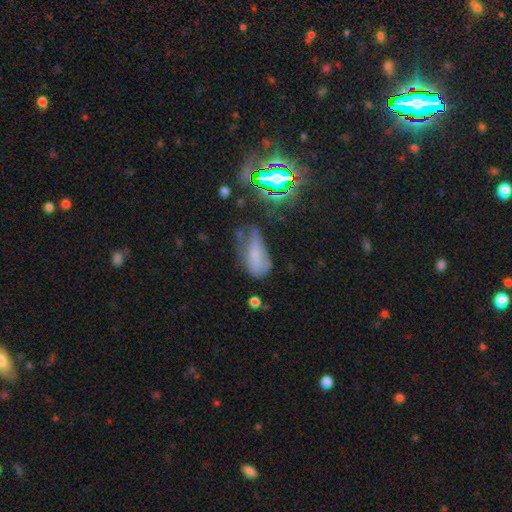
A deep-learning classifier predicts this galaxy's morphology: Smooth or featured?
  - smooth: 49% *
  - featured or disk: 30%
  - star or artifact: 21%
Merging?
  - minor disturbance: 35% *
  - none: 33%
  - major disturbance: 27%
  - merger: 4%